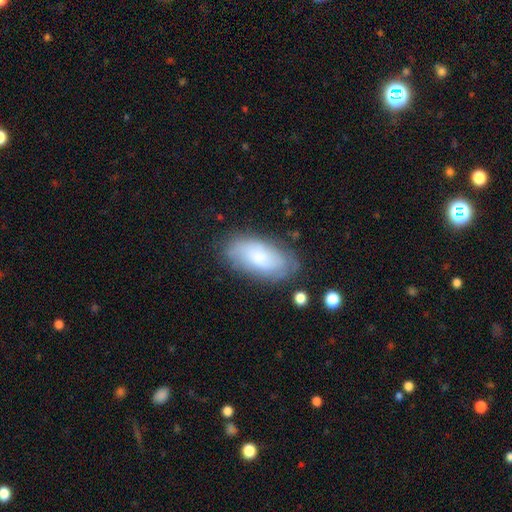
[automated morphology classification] Smooth or featured?
  - smooth: 57% *
  - featured or disk: 33%
  - star or artifact: 9%
How rounded?
  - in between: 91% *
  - cigar-shaped: 6%
  - round: 3%
Merging?
  - none: 74% *
  - minor disturbance: 18%
  - major disturbance: 5%
  - merger: 2%